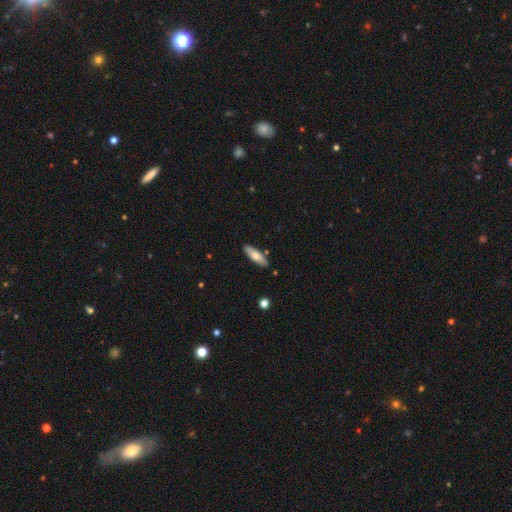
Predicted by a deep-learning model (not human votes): smooth_or_featured: smooth (p=0.67) [alt: featured or disk p=0.27]
how_rounded: cigar-shaped (p=0.54) [alt: in between p=0.44]
merging: none (p=0.86) [alt: minor disturbance p=0.10]